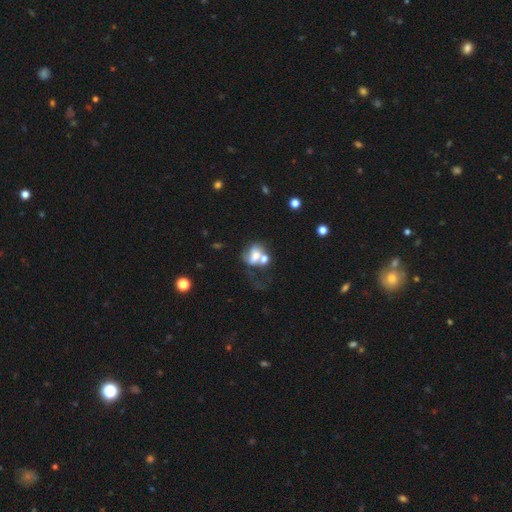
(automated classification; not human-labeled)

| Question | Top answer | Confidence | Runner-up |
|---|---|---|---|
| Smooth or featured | smooth | 47% | featured or disk (41%) |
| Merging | merger | 49% | major disturbance (21%) |